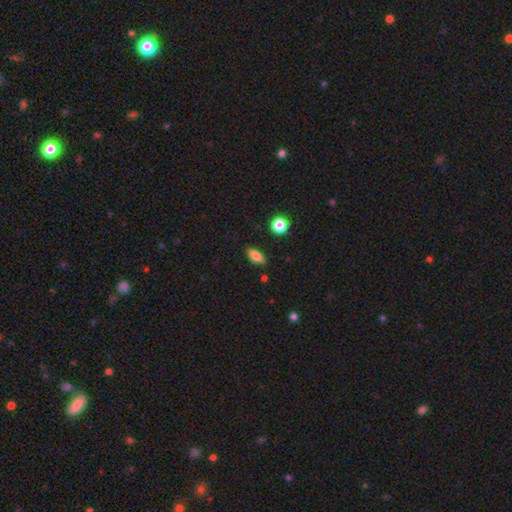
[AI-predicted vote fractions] Smooth or featured? smooth (79%)
How rounded? in between (76%)
Merging? none (85%)